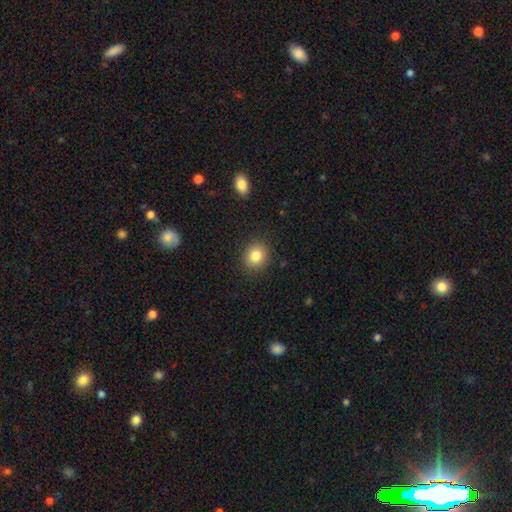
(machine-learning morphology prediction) smooth 83%, star or artifact 10%, featured or disk 7%. Down the decision tree: how rounded — round (75%); merging — none (89%).